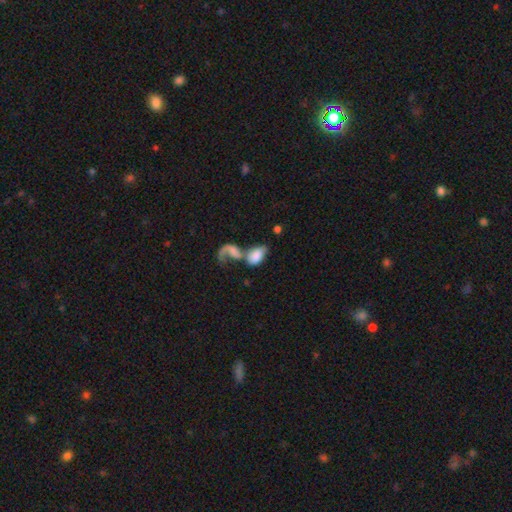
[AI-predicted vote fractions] The model was most divided on "smooth or featured": smooth: 65%, featured or disk: 27%, star or artifact: 8%. More confident: how rounded — in between (89%); merging — merger (63%).